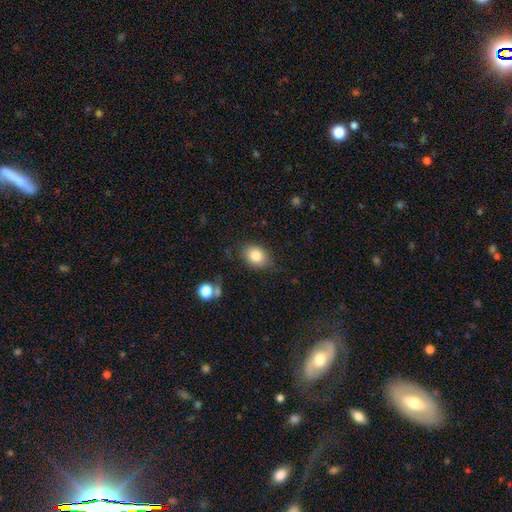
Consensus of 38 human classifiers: Smooth or featured? smooth (84%)
How rounded? in between (56%)
Merging? none (89%)